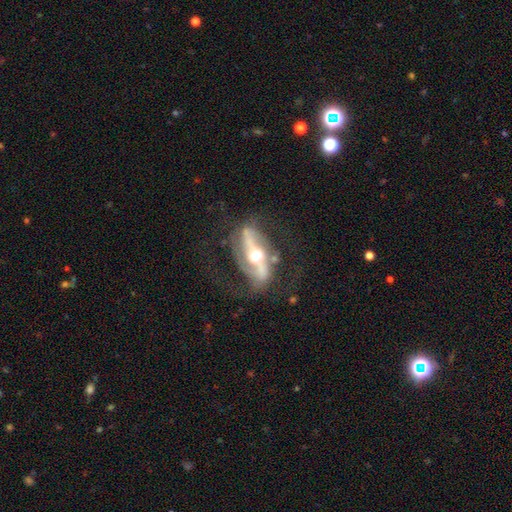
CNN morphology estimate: The model was most divided on "spiral winding": loose: 47%, medium: 36%, tight: 17%. More confident: spiral arms — yes (86%); smooth or featured — featured or disk (86%); spiral arm count — 2 (86%); edge-on disk — no (82%); bulge size — moderate (70%); bar — strong (64%); merging — none (61%).